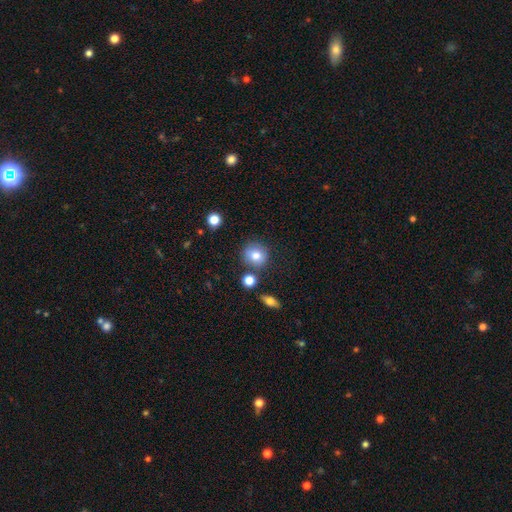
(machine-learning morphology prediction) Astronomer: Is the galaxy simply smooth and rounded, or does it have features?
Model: smooth — 79%.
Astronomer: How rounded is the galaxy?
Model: round — 85%.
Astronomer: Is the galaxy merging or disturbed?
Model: none — 76%.